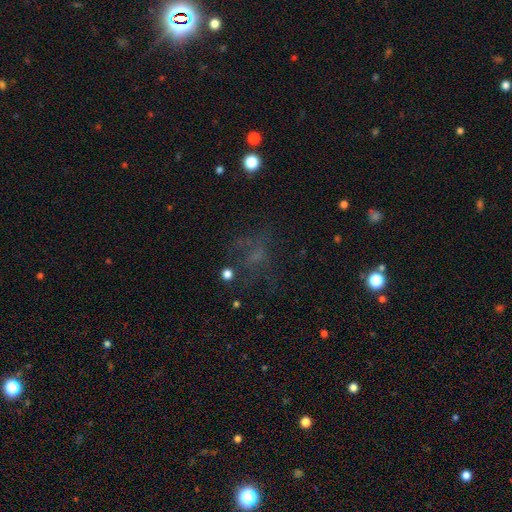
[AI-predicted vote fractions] Overall: star or artifact (38%; smooth 33%).